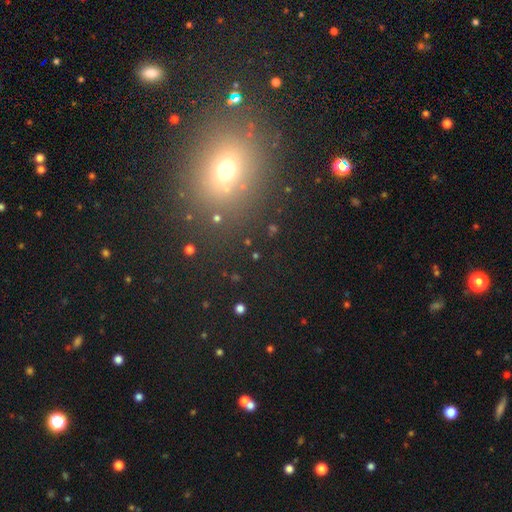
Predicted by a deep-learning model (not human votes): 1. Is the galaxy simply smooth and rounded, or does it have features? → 48% smooth, 41% star or artifact, 11% featured or disk.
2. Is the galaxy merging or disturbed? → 81% none, 9% minor disturbance, 5% major disturbance, 5% merger.